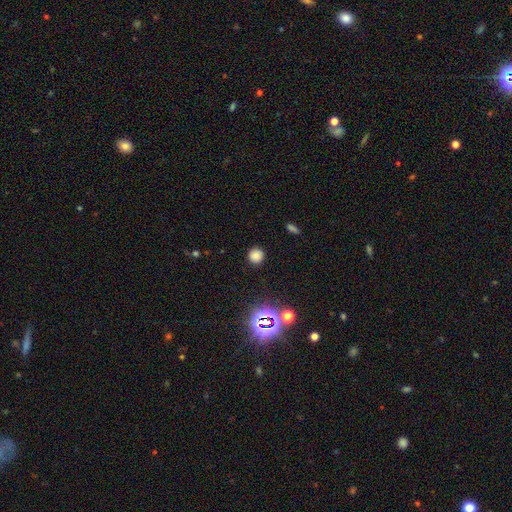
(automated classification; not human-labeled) Q: Smooth or featured?
A: smooth (77%); runner-up: star or artifact (18%)
Q: How rounded?
A: round (92%); runner-up: in between (7%)
Q: Merging?
A: none (89%); runner-up: minor disturbance (7%)